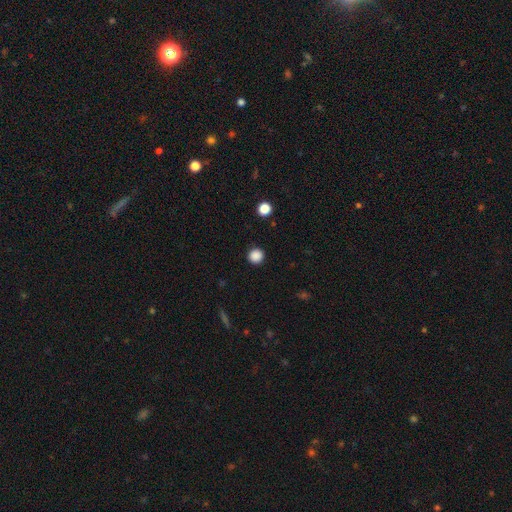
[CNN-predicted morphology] Smooth or featured: smooth — 87% (star or artifact — 11%)
How rounded: round — 94% (in between — 5%)
Merging: none — 92% (minor disturbance — 5%)